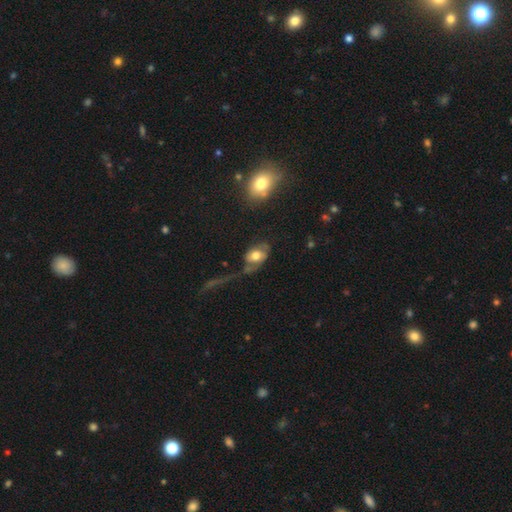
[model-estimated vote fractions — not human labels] Smooth or featured? Predicted: smooth (p=0.53). How rounded? Predicted: in between (p=0.80). Merging? Predicted: major disturbance (p=0.37).